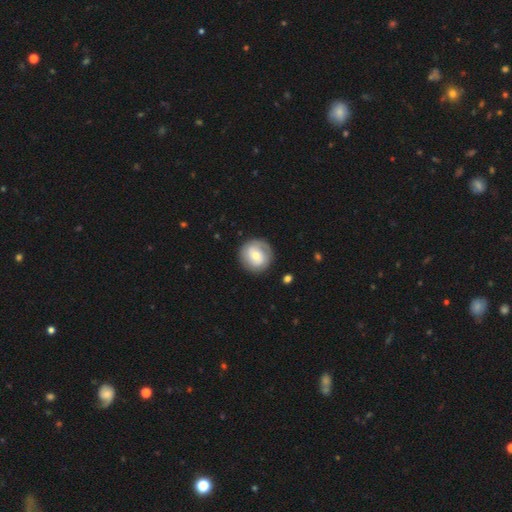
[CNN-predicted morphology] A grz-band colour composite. It shows a smooth galaxy with no disk features (49%). Merging: none (84%).